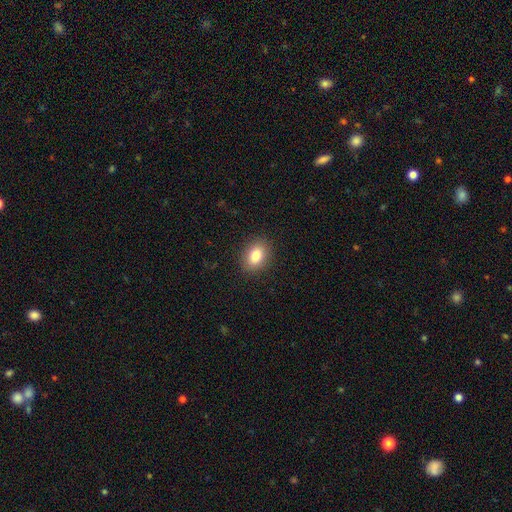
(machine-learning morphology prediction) type=smooth (84%); roundness=in between (76%); merging=none (89%).